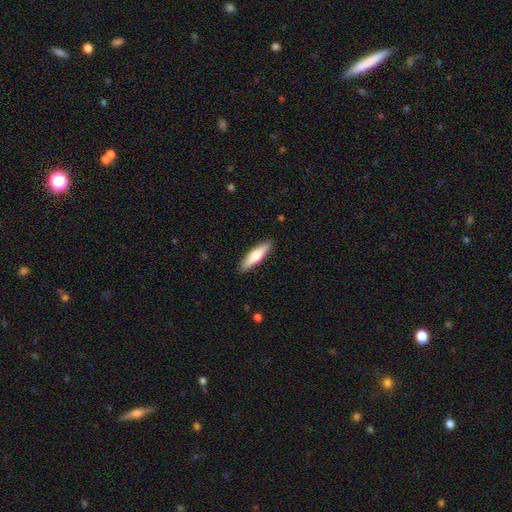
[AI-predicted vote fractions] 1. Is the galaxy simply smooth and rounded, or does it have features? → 59% smooth, 35% featured or disk, 5% star or artifact.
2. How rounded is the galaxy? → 72% cigar-shaped, 27% in between, 2% round.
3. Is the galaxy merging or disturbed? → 90% none, 7% minor disturbance, 2% major disturbance, 1% merger.